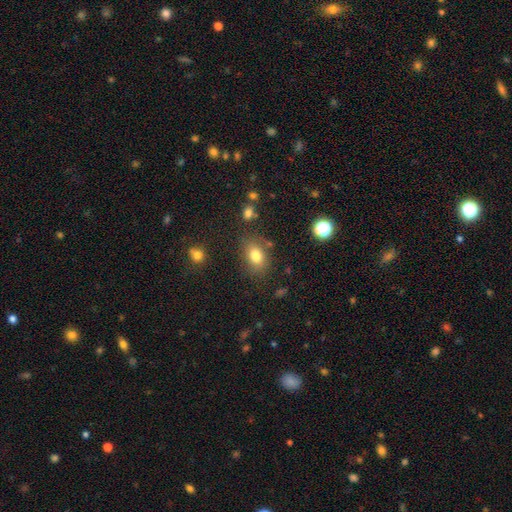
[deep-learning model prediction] Morphology: type=smooth (79%); roundness=in between (72%); merging=none (76%).